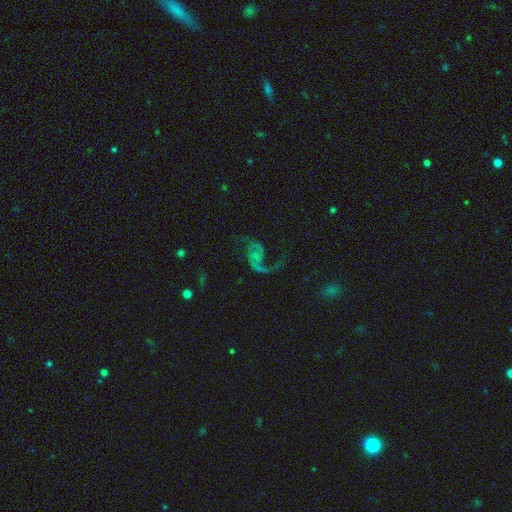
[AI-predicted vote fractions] A featured or disk galaxy (79%) with no bar (63%), 2 (74%) loose (72%) spiral arms (91%) and no central bulge (64%).

Vote fractions:
- Smooth or featured? featured or disk: 79% / star or artifact: 11% / smooth: 10%
- Edge-on disk? no: 98% / yes: 2%
- Bar? no: 63% / weak: 27% / strong: 9%
- Spiral arms? yes: 91% / no: 9%
- Spiral winding? loose: 72% / medium: 23% / tight: 5%
- Spiral arm count? 2: 74% / 1: 21% / can't tell: 2% / 3: 1% / 4: 1% / more than 4: 1%
- Bulge size? none: 64% / small: 23% / moderate: 9% / large: 3% / dominant: 2%
- Merging? none: 46% / major disturbance: 33% / minor disturbance: 15% / merger: 5%